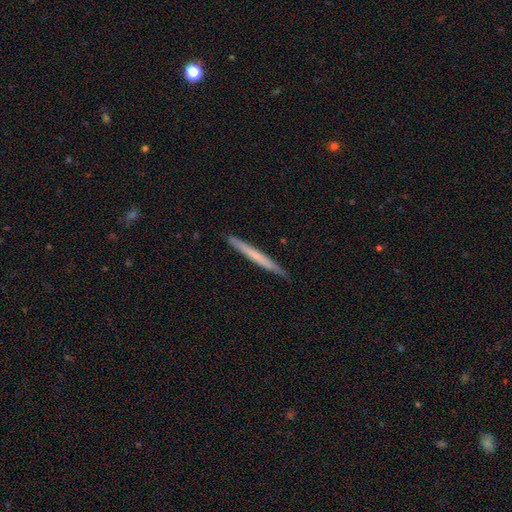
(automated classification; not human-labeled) Smooth or featured: smooth — 56% (featured or disk — 39%)
How rounded: cigar-shaped — 97% (in between — 2%)
Merging: none — 90% (minor disturbance — 7%)